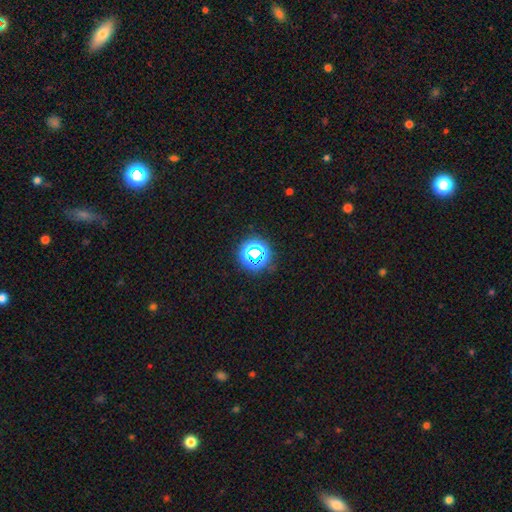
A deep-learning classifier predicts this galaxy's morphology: smooth_or_featured: star or artifact (p=0.62) [alt: smooth p=0.29]